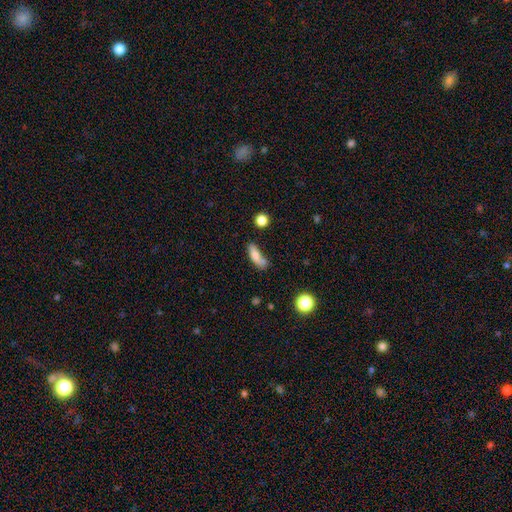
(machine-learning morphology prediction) Overall: smooth (73%). How rounded: in between (54%; cigar-shaped 42%). Merging: none (44%; merger 27%).